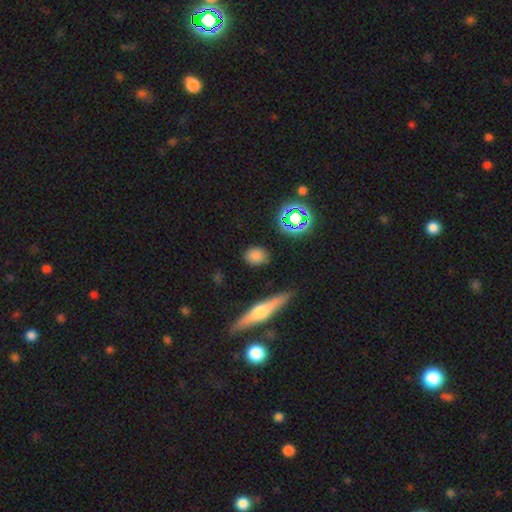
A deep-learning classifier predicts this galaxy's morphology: A smooth galaxy with no disk features (78%) that is round (58%). Merging: none (85%).